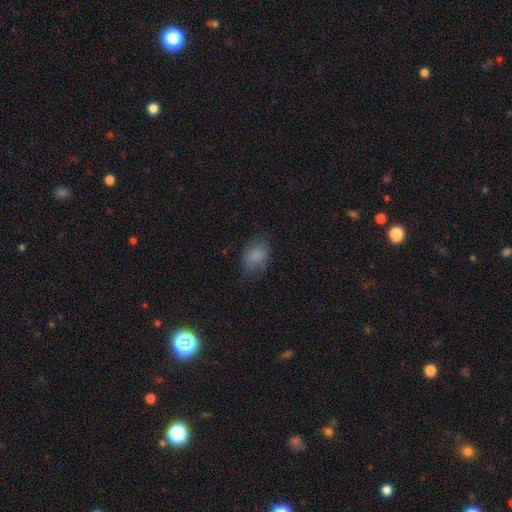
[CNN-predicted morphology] The model was most divided on "merging": none: 69%, minor disturbance: 23%, major disturbance: 7%, merger: 1%. More confident: smooth or featured — smooth (83%); how rounded — in between (75%).